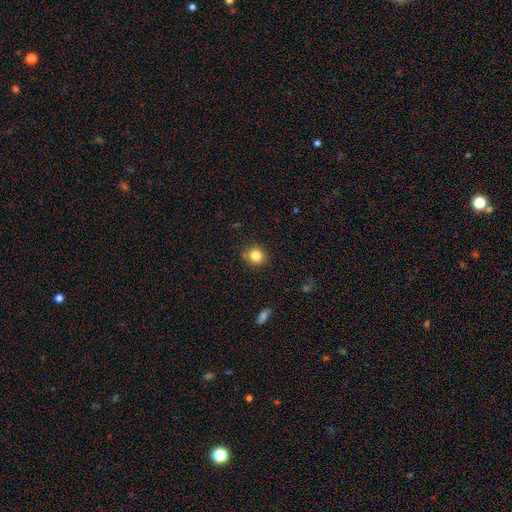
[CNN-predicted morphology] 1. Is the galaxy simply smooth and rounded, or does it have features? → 82% smooth, 12% star or artifact, 6% featured or disk.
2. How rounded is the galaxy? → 90% round, 9% in between, 1% cigar-shaped.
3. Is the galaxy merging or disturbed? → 85% none, 10% minor disturbance, 3% merger, 2% major disturbance.